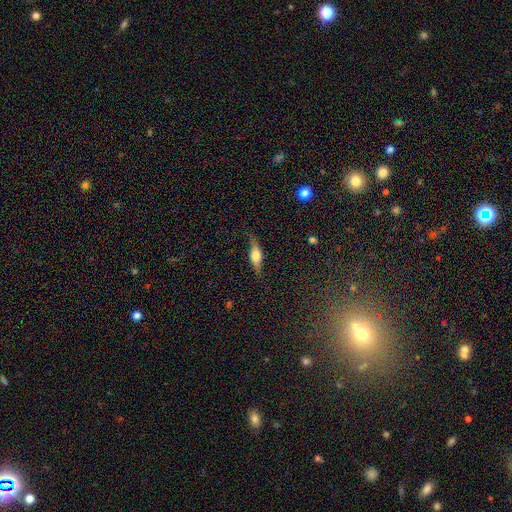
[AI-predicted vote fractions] This appears to be a featured or disk galaxy (50%) viewed edge-on (87%). Merging: none (79%).